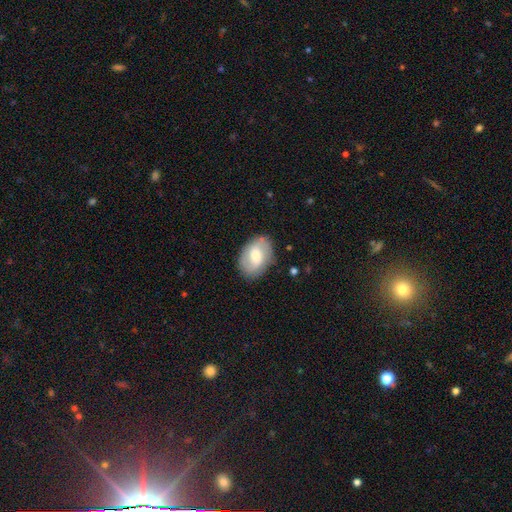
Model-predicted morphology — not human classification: The model was most divided on "smooth or featured": featured or disk: 54%, smooth: 40%, star or artifact: 6%. More confident: edge-on disk — no (96%); spiral arms — yes (80%); merging — none (79%); bulge size — moderate (58%); bar — weak (52%).